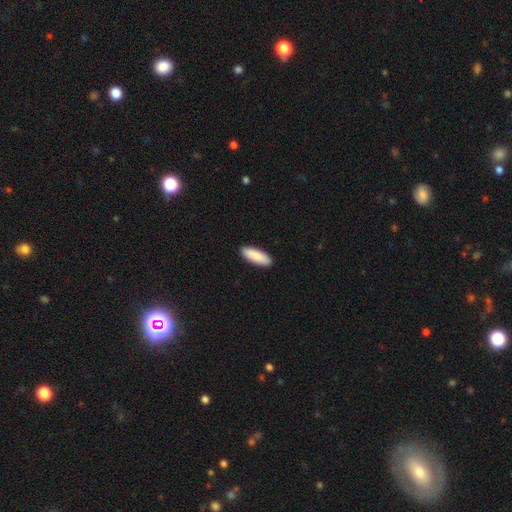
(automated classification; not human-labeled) Q: Smooth or featured?
A: smooth (90%); runner-up: featured or disk (5%)
Q: How rounded?
A: in between (66%); runner-up: cigar-shaped (33%)
Q: Merging?
A: none (91%); runner-up: minor disturbance (7%)